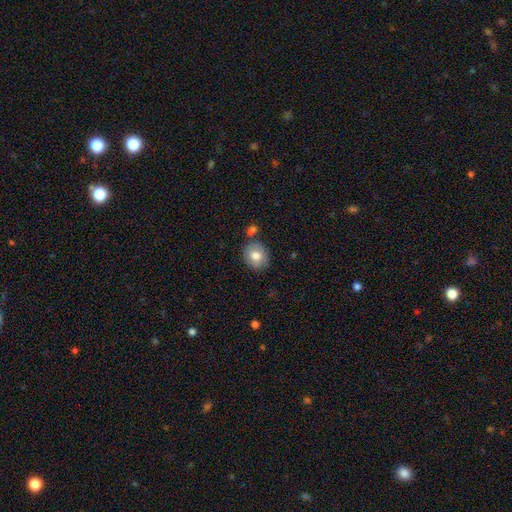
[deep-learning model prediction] Smooth or featured: smooth — 77% (featured or disk — 14%)
How rounded: round — 74% (in between — 25%)
Merging: none — 76% (minor disturbance — 13%)